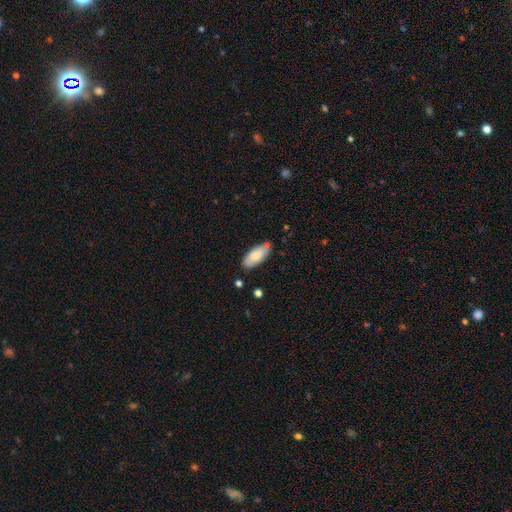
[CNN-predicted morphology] smooth_or_featured: smooth (p=0.79) [alt: featured or disk p=0.15]
how_rounded: in between (p=0.86) [alt: cigar-shaped p=0.12]
merging: none (p=0.77) [alt: minor disturbance p=0.16]